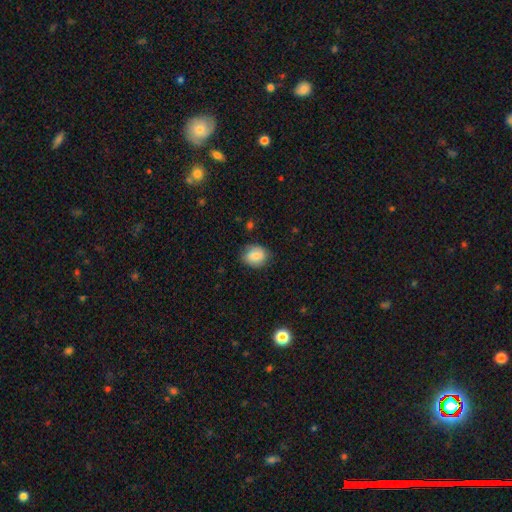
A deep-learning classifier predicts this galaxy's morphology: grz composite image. It shows a smooth galaxy with no disk features (79%) that is round (60%). Merging: none (78%).